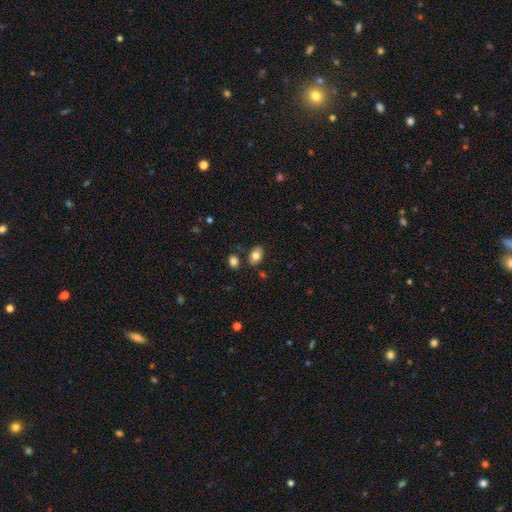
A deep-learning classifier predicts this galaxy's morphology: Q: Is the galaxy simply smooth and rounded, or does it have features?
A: smooth — 79%.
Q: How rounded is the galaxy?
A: in between — 86%.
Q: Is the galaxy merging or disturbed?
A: none — 79%.